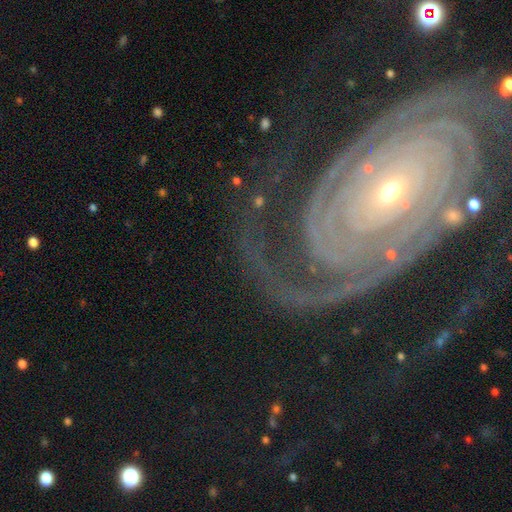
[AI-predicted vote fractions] featured or disk 87%, star or artifact 8%, smooth 5%. Down the decision tree: edge-on disk — no (96%); bar — no (70%); spiral arms — yes (97%); spiral arm count — 2 (52%); spiral winding — tight (82%); bulge size — small (71%); merging — none (73%).